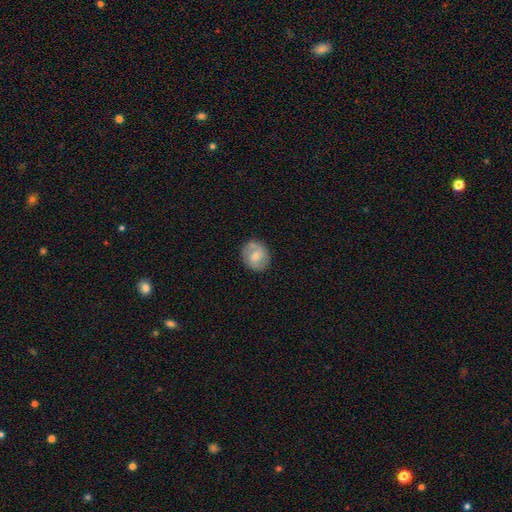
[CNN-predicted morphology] Smooth or featured? Predicted: smooth (p=0.49). Merging? Predicted: none (p=0.81).